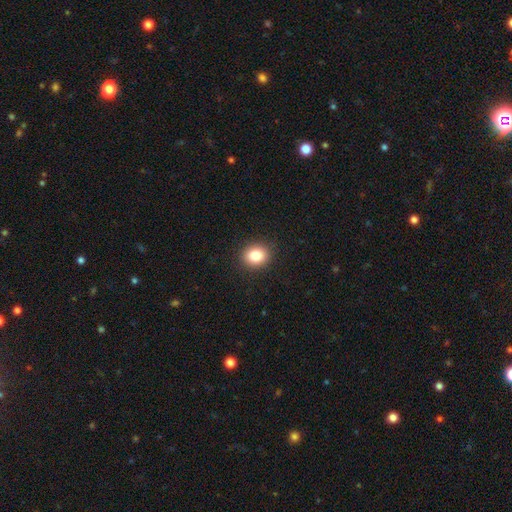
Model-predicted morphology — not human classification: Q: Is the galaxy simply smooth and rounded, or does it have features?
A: smooth — 84%.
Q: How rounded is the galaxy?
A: round — 67%.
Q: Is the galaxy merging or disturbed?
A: none — 91%.